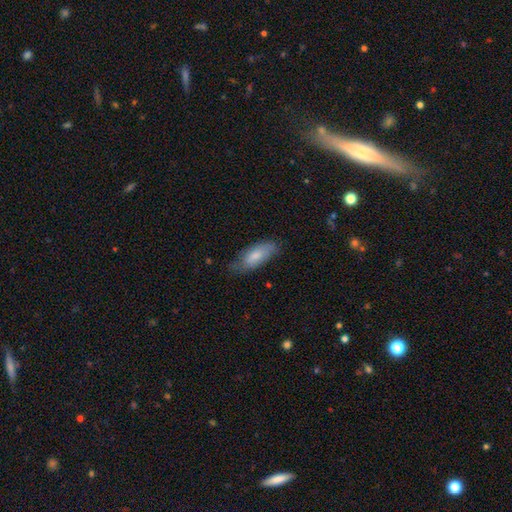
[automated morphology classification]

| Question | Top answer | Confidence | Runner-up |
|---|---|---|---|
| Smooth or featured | smooth | 73% | featured or disk (21%) |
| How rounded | in between | 77% | cigar-shaped (21%) |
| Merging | none | 67% | minor disturbance (26%) |